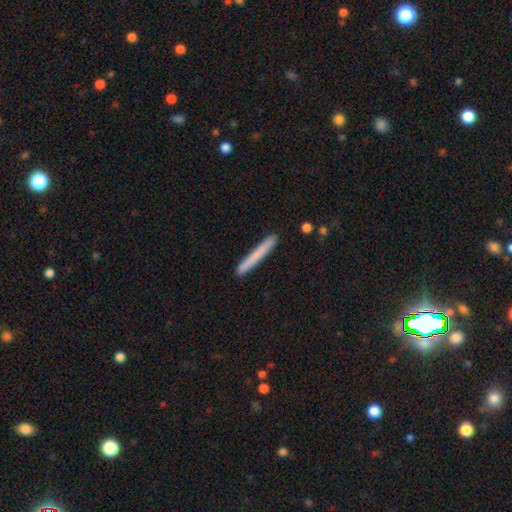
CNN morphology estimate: smooth 73%, featured or disk 21%, star or artifact 6%. Down the decision tree: how rounded — cigar-shaped (97%); merging — none (91%).